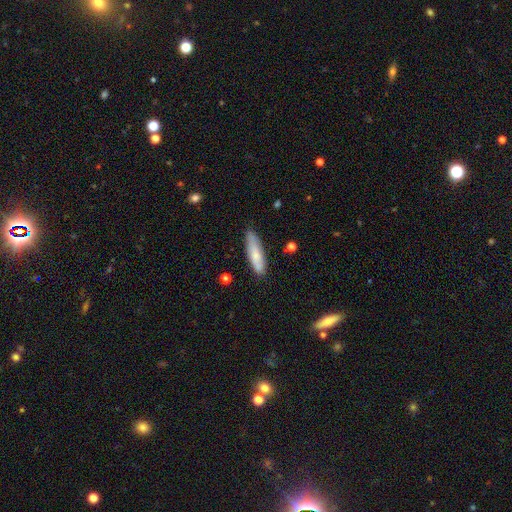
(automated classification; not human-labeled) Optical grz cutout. It shows a smooth galaxy with no disk features (71%) that is cigar-shaped (67%). Merging: none (77%).